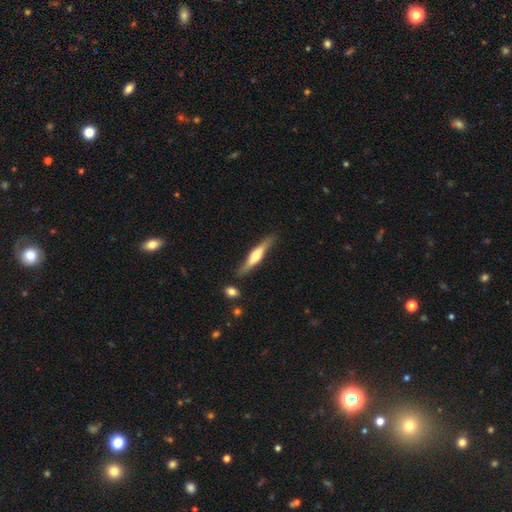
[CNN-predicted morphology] Q: Smooth or featured?
A: featured or disk (58%); runner-up: smooth (37%)
Q: Edge-on disk?
A: yes (93%); runner-up: no (7%)
Q: Edge-on bulge?
A: rounded (85%); runner-up: boxy (9%)
Q: Merging?
A: none (79%); runner-up: minor disturbance (15%)